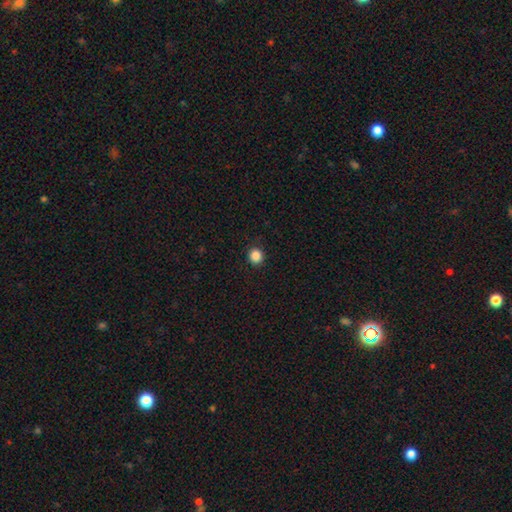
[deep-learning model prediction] smooth-or-featured: smooth: 86% | star or artifact: 11% | featured or disk: 3%
  how-rounded: round: 90% | in between: 9% | cigar-shaped: 1%
  merging: none: 91% | minor disturbance: 6% | major disturbance: 2% | merger: 1%